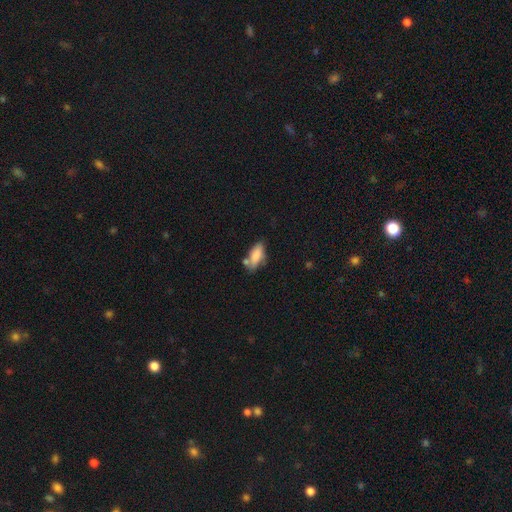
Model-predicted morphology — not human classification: Overall: smooth (81%). How rounded: in between (83%). Merging: none (50%; minor disturbance 24%).